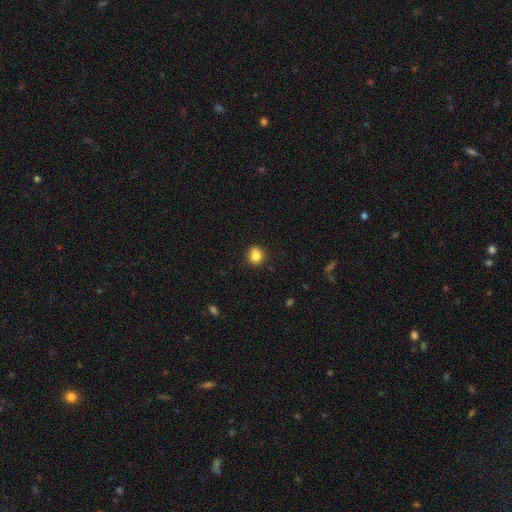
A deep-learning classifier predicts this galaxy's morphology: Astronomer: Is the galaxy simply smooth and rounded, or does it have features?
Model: smooth — 84%.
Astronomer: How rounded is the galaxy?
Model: round — 70%.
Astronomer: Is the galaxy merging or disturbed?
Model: none — 85%.